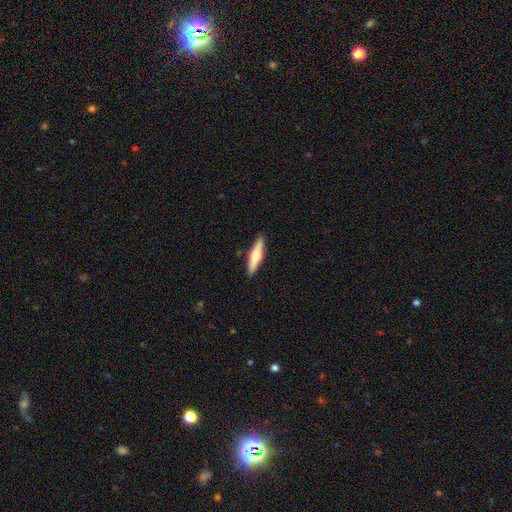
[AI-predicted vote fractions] Smooth or featured? smooth (54%)
How rounded? cigar-shaped (80%)
Merging? none (90%)